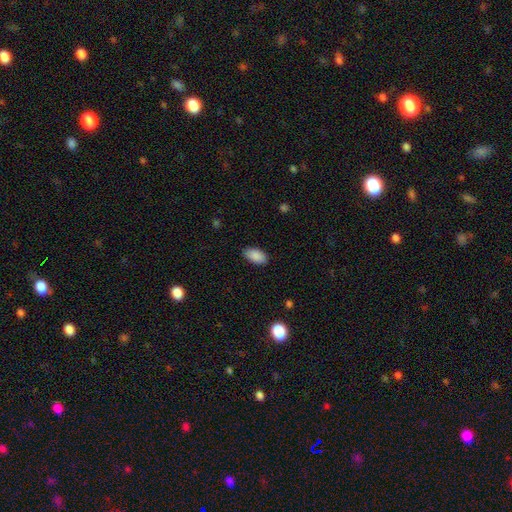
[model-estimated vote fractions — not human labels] This is clearly a smooth galaxy (89%). How rounded: clearly in between (94%). Merging: clearly none (86%).